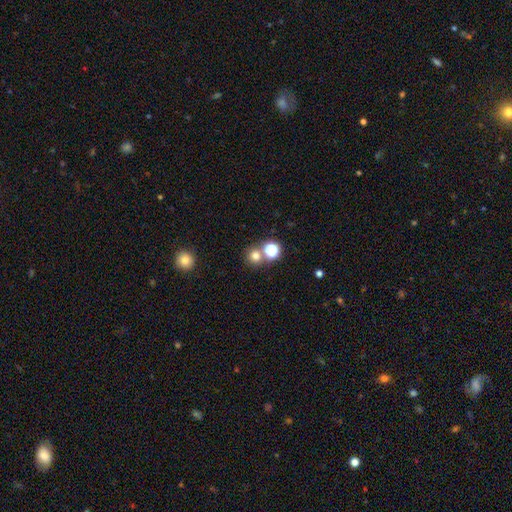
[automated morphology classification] Smooth or featured?
  - smooth: 73% *
  - star or artifact: 20%
  - featured or disk: 8%
How rounded?
  - round: 90% *
  - in between: 9%
  - cigar-shaped: 1%
Merging?
  - none: 66% *
  - merger: 24%
  - minor disturbance: 6%
  - major disturbance: 3%